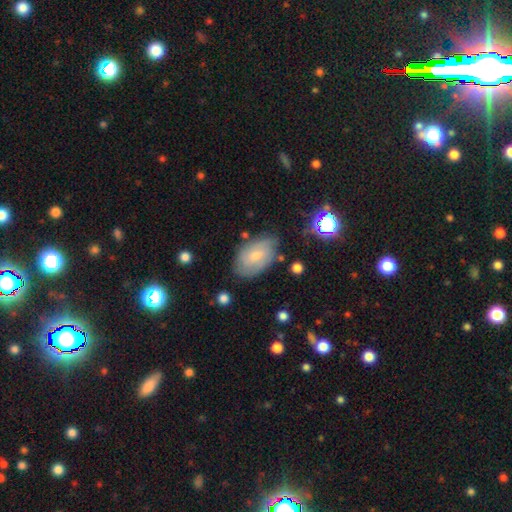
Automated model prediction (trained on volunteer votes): A smooth galaxy with no disk features (46%). Merging: none (68%).